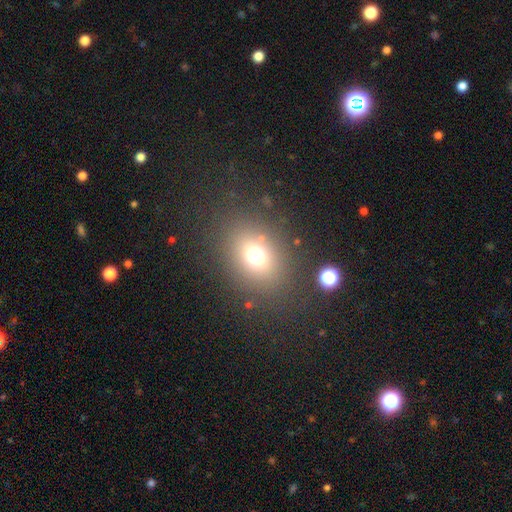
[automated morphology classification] Overall: smooth (69%). How rounded: round (49%, tied with in between). Merging: none (81%).